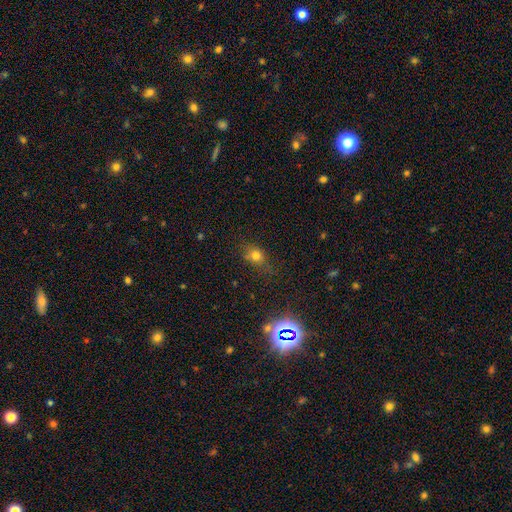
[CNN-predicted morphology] Smooth or featured: smooth — 72% (star or artifact — 19%)
How rounded: round — 52% (in between — 45%)
Merging: none — 71% (minor disturbance — 19%)